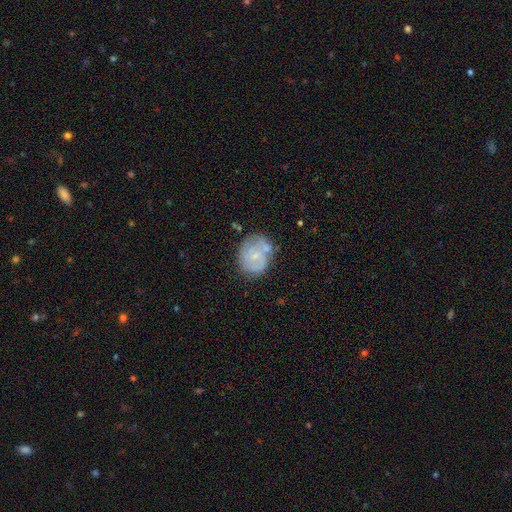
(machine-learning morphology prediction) type=featured or disk (59%); edge-on=no (98%); bar=no (71%); spiral arms=yes (72%); bulge=small (71%); merging=none (57%).